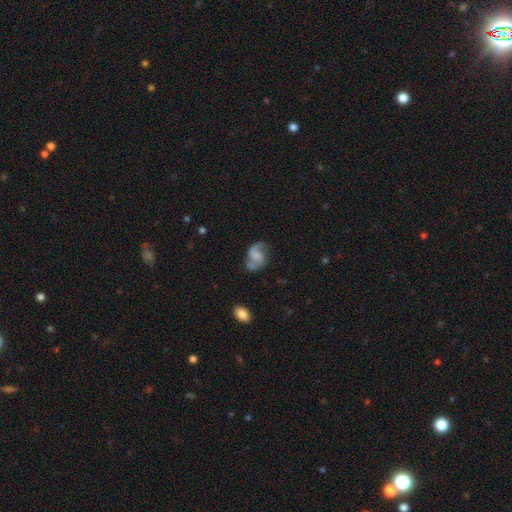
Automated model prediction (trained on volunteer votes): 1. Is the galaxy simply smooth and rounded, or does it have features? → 75% featured or disk, 18% smooth, 7% star or artifact.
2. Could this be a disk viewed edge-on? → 98% no, 2% yes.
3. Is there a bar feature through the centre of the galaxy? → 45% no, 44% weak, 11% strong.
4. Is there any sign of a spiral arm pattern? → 92% yes, 8% no.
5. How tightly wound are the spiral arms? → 58% loose, 35% medium, 8% tight.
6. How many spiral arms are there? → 89% 2, 4% can't tell, 4% 1, 1% 3, 1% 4, 1% more than 4.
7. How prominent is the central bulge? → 40% none, 34% small, 20% moderate, 4% large, 1% dominant.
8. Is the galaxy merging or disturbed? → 58% none, 22% minor disturbance, 12% major disturbance, 7% merger.